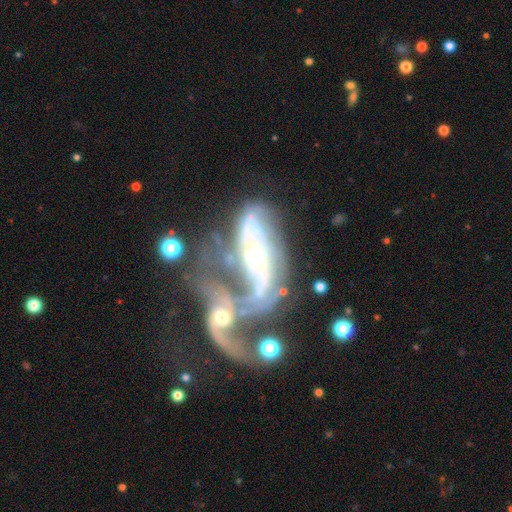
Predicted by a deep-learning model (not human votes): Smooth or featured? Predicted: featured or disk (p=0.84). Edge-on disk? Predicted: no (p=0.95). Bar? Predicted: no (p=0.58). Spiral arms? Predicted: yes (p=0.86). Spiral winding? Predicted: loose (p=0.42). Spiral arm count? Predicted: 2 (p=0.56). Bulge size? Predicted: moderate (p=0.67). Merging? Predicted: merger (p=0.69).